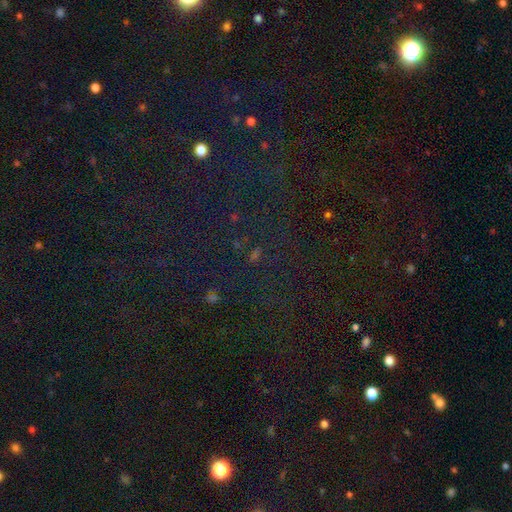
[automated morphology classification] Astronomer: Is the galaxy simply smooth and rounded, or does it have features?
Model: star or artifact — 77%.